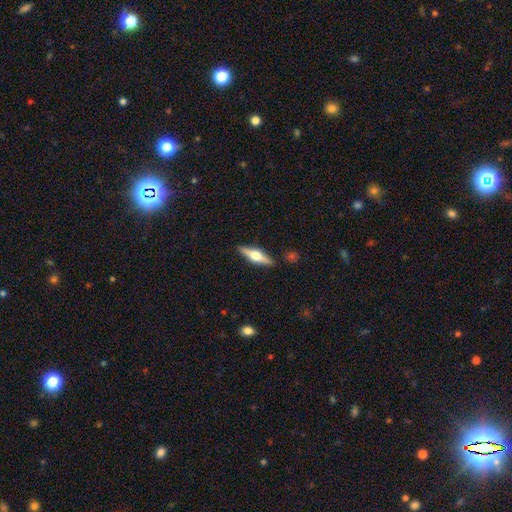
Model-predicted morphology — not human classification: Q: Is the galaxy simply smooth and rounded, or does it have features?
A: featured or disk — 67%.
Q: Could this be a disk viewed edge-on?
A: yes — 96%.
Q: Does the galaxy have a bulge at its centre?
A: rounded — 94%.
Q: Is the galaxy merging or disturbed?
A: none — 88%.